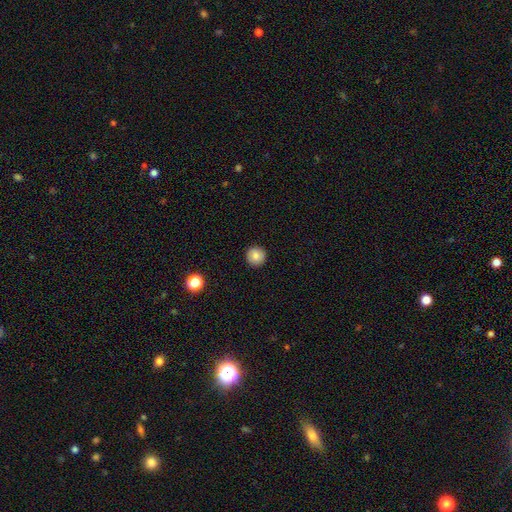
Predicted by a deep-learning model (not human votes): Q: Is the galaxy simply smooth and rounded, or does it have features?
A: smooth — 83%.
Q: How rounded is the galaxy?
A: round — 96%.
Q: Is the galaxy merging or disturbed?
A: none — 93%.